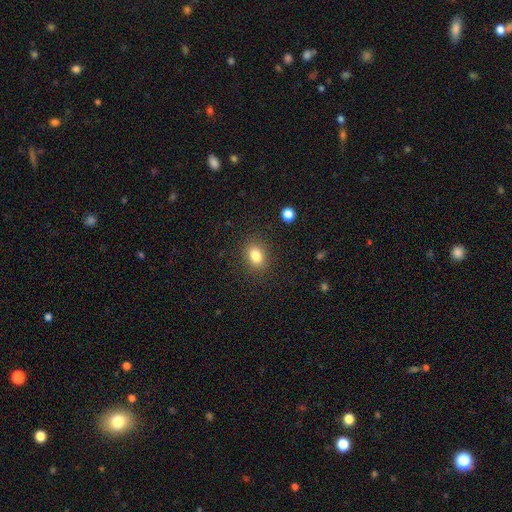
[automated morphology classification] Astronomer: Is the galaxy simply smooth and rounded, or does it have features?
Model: smooth — 82%.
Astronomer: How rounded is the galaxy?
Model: in between — 59% (runner-up: round, 40%).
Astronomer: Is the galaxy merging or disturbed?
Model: none — 86%.